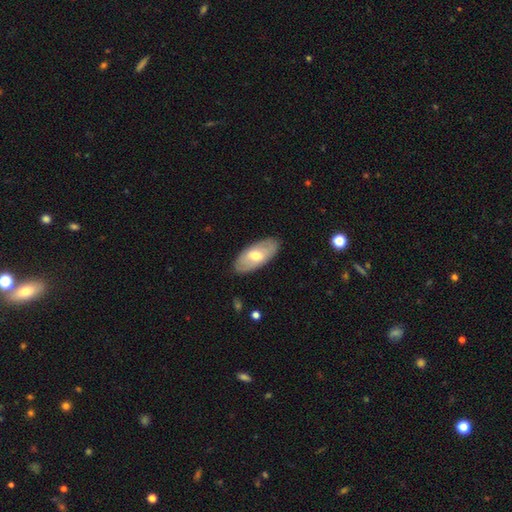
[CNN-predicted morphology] Smooth or featured? Predicted: smooth (p=0.51). How rounded? Predicted: in between (p=0.91). Merging? Predicted: none (p=0.85).